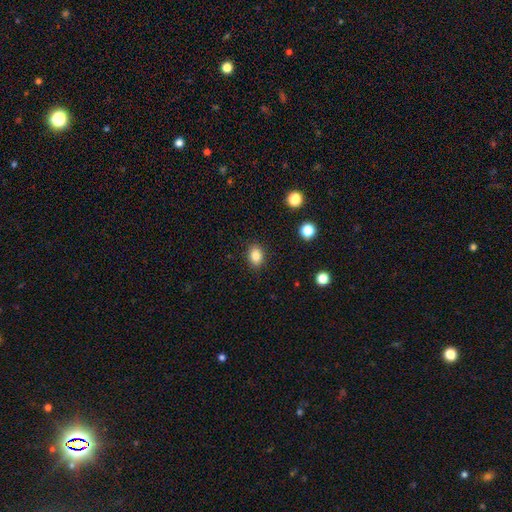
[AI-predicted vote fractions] Smooth or featured? Predicted: smooth (p=0.85). How rounded? Predicted: in between (p=0.71). Merging? Predicted: none (p=0.88).